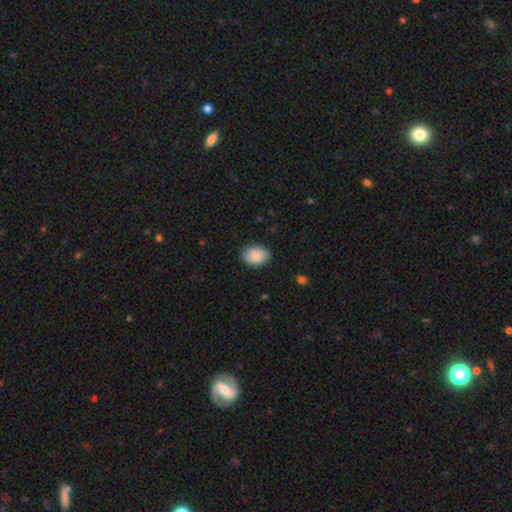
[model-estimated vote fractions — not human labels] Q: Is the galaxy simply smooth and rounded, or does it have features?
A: smooth — 89%.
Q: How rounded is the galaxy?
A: in between — 73%.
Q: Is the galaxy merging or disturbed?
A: none — 85%.